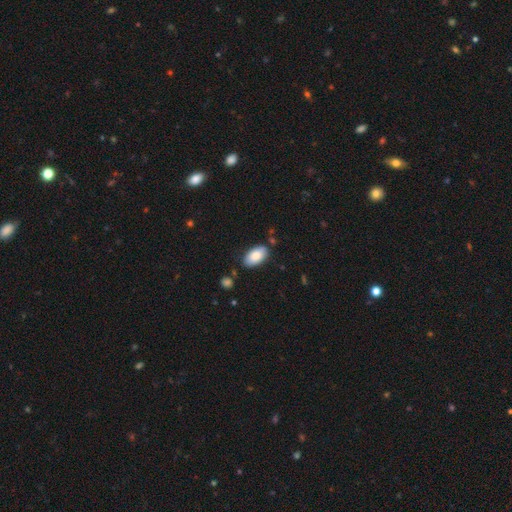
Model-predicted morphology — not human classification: This appears to be a smooth galaxy with no disk features (85%) that is in between round and cigar-shaped (95%). Merging: none (80%).